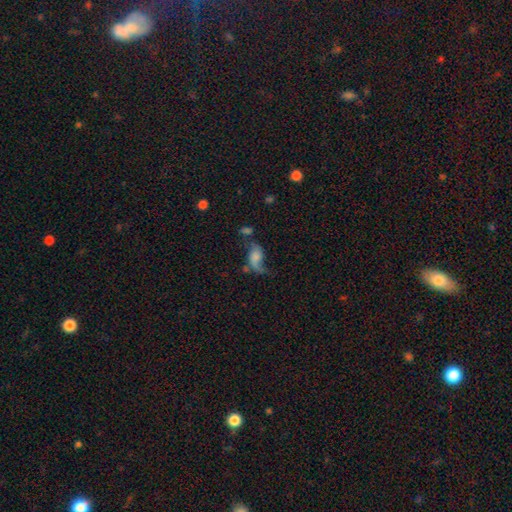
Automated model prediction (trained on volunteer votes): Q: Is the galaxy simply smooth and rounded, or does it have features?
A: featured or disk — 45%.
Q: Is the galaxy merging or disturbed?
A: major disturbance — 33%.